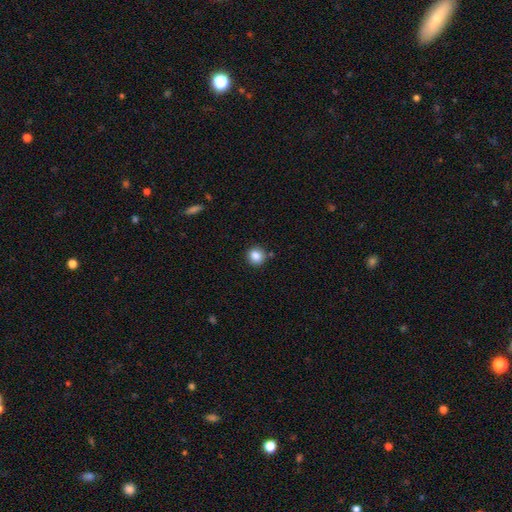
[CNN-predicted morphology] smooth_or_featured: smooth (p=0.85) [alt: star or artifact p=0.10]
how_rounded: round (p=0.89) [alt: in between p=0.10]
merging: none (p=0.87) [alt: minor disturbance p=0.08]